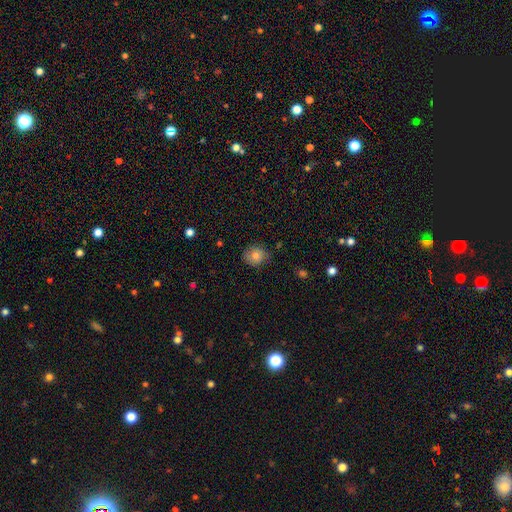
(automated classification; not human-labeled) Q: Smooth or featured?
A: smooth (75%); runner-up: featured or disk (15%)
Q: How rounded?
A: round (80%); runner-up: in between (19%)
Q: Merging?
A: none (77%); runner-up: minor disturbance (18%)